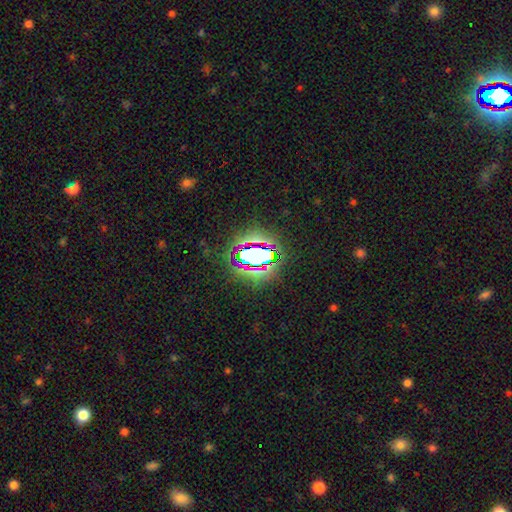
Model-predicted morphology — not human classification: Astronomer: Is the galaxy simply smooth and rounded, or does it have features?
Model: star or artifact — 62%.